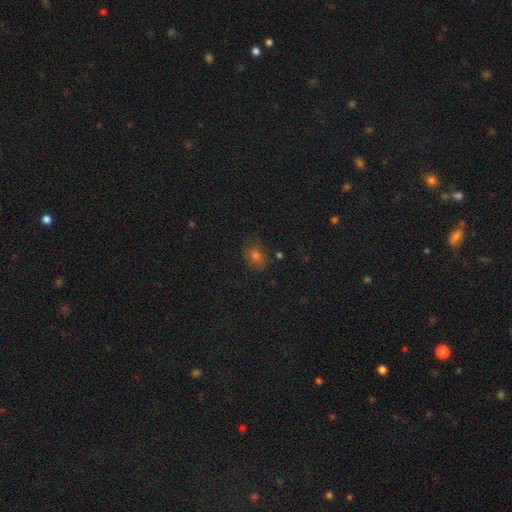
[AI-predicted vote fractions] Smooth or featured? Predicted: smooth (p=0.67). How rounded? Predicted: in between (p=0.50). Merging? Predicted: none (p=0.77).